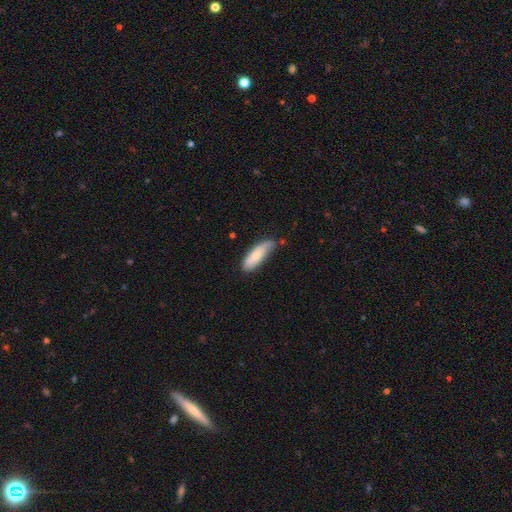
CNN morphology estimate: A smooth galaxy with no disk features (70%) that is in between round and cigar-shaped (57%).

Vote fractions:
- Smooth or featured? smooth: 70% / featured or disk: 25% / star or artifact: 6%
- How rounded? in between: 57% / cigar-shaped: 42% / round: 2%
- Merging? none: 56% / minor disturbance: 34% / major disturbance: 7% / merger: 4%